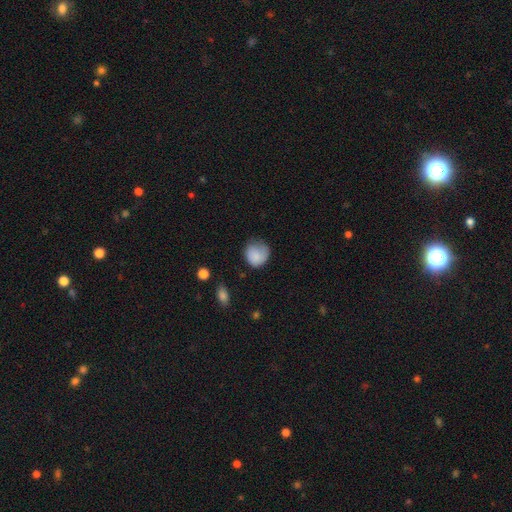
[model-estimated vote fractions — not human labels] Morphology: type=smooth (82%); roundness=round (79%); merging=none (50%).